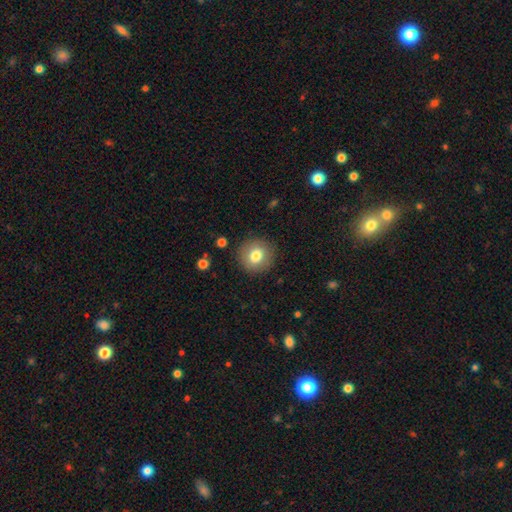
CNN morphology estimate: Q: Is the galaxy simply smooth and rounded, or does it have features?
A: smooth — 79%.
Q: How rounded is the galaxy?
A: round — 90%.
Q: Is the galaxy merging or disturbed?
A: none — 89%.